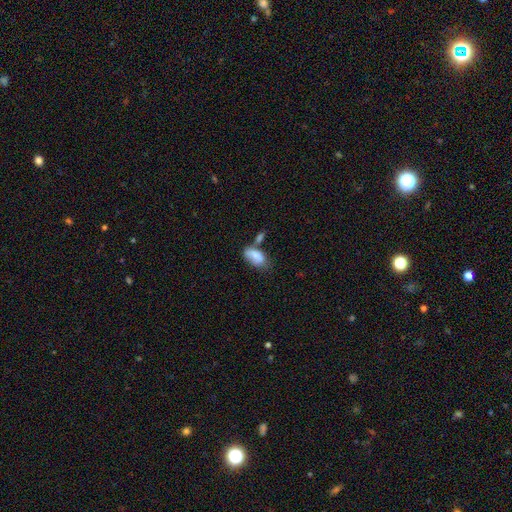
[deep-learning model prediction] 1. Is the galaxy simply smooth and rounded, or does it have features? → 78% smooth, 15% featured or disk, 8% star or artifact.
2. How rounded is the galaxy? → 91% in between, 5% round, 4% cigar-shaped.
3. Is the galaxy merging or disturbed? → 35% none, 29% merger, 25% minor disturbance, 11% major disturbance.